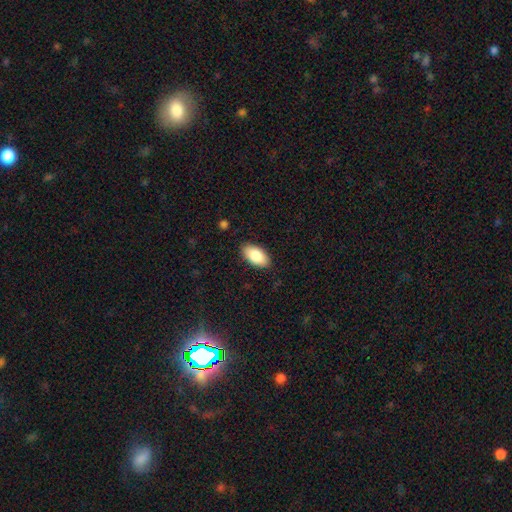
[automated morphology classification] Smooth or featured? smooth (87%)
How rounded? in between (95%)
Merging? none (86%)